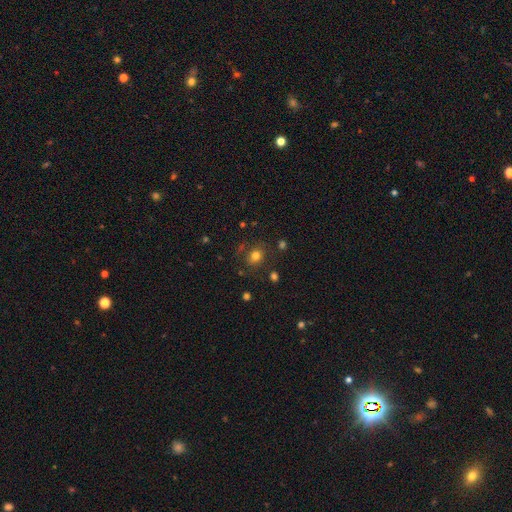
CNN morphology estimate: Q: Smooth or featured?
A: smooth (75%); runner-up: star or artifact (15%)
Q: How rounded?
A: round (64%); runner-up: in between (35%)
Q: Merging?
A: none (78%); runner-up: minor disturbance (13%)